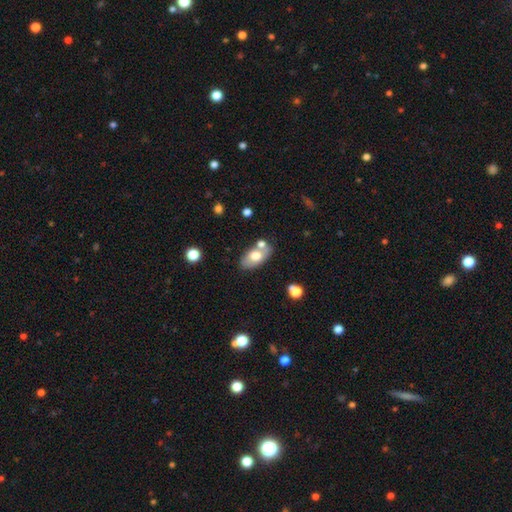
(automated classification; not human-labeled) This appears to be a smooth galaxy with no disk features (67%) that is in between round and cigar-shaped (91%). Merging: none (61%).